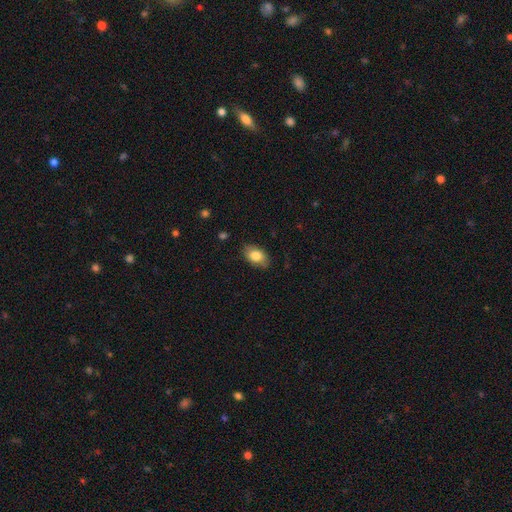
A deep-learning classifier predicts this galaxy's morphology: smooth_or_featured: smooth (p=0.82) [alt: featured or disk p=0.12]
how_rounded: in between (p=0.89) [alt: round p=0.09]
merging: none (p=0.80) [alt: minor disturbance p=0.15]